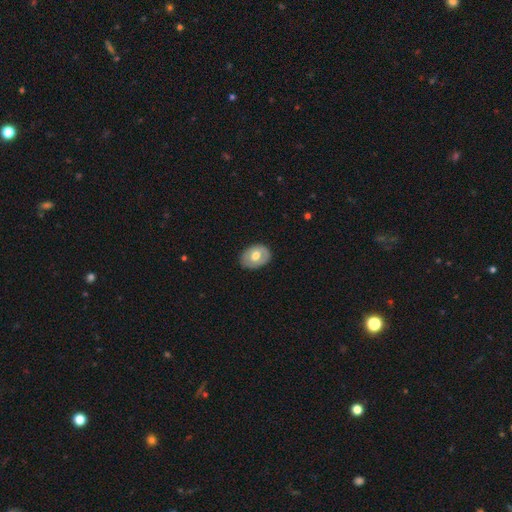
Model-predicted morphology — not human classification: Smooth or featured: smooth — 58% (featured or disk — 36%)
How rounded: in between — 71% (round — 28%)
Merging: none — 83% (minor disturbance — 13%)